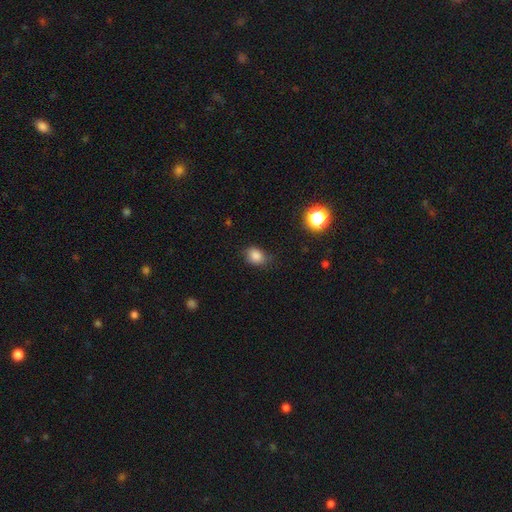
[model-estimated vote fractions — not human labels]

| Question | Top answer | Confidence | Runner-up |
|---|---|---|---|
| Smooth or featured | smooth | 83% | star or artifact (11%) |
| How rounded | in between | 58% | round (41%) |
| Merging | none | 68% | minor disturbance (25%) |